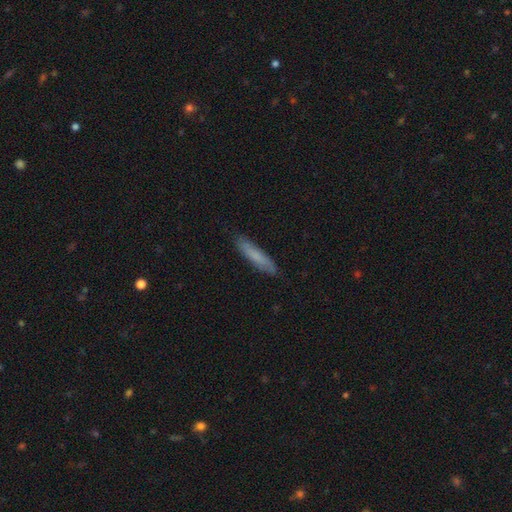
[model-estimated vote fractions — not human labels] This appears to be a smooth galaxy with no disk features (73%) that is cigar-shaped (86%). Merging: none (84%).